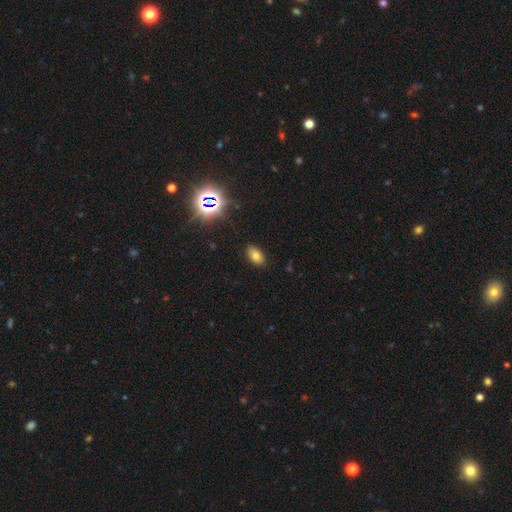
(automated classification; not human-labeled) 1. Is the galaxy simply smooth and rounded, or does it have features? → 72% smooth, 18% star or artifact, 10% featured or disk.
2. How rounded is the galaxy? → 90% in between, 8% round, 2% cigar-shaped.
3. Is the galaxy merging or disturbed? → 86% none, 10% minor disturbance, 3% major disturbance, 1% merger.